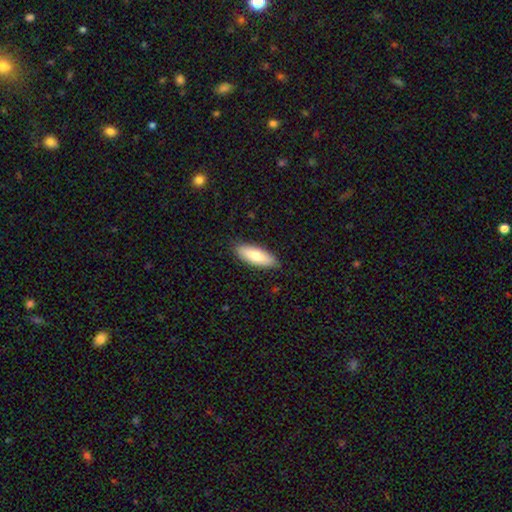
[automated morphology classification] Smooth or featured?
  - smooth: 75% *
  - featured or disk: 19%
  - star or artifact: 6%
How rounded?
  - in between: 60% *
  - cigar-shaped: 38%
  - round: 2%
Merging?
  - none: 87% *
  - minor disturbance: 10%
  - major disturbance: 2%
  - merger: 1%